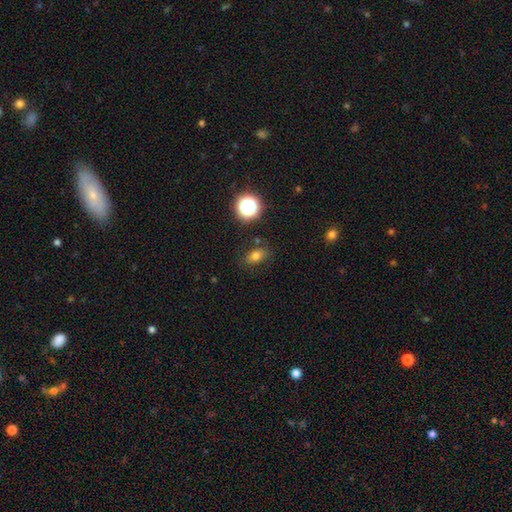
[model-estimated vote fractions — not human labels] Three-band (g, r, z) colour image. It shows a smooth galaxy with no disk features (73%) that is in between round and cigar-shaped (76%). Merging: none (81%).